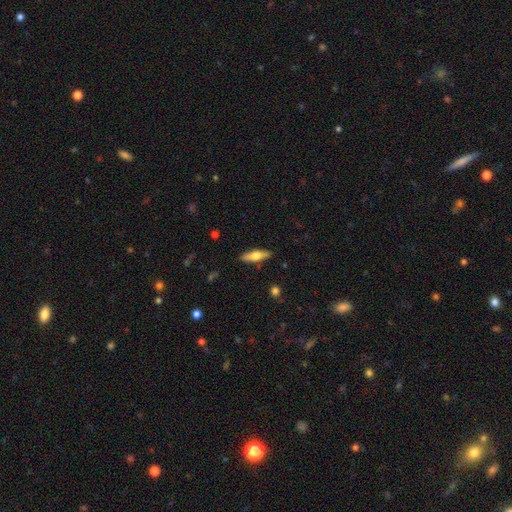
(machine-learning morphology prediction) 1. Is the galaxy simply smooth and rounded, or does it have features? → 57% smooth, 37% featured or disk, 6% star or artifact.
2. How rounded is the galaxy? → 54% cigar-shaped, 44% in between, 2% round.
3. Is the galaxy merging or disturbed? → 87% none, 9% minor disturbance, 2% major disturbance, 1% merger.